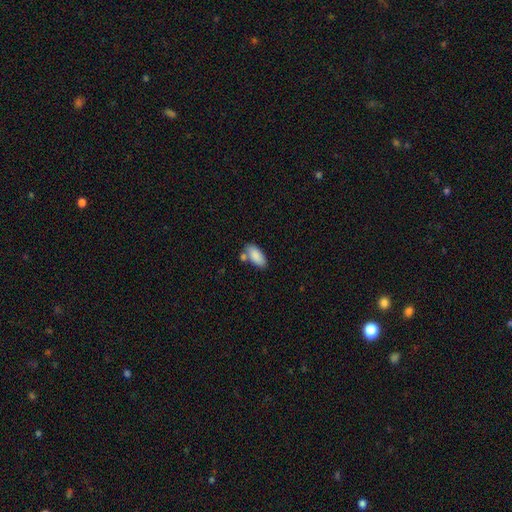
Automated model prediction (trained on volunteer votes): Smooth or featured?
  - smooth: 87% *
  - star or artifact: 7%
  - featured or disk: 6%
How rounded?
  - in between: 90% *
  - cigar-shaped: 7%
  - round: 2%
Merging?
  - none: 62% *
  - merger: 19%
  - minor disturbance: 15%
  - major disturbance: 4%